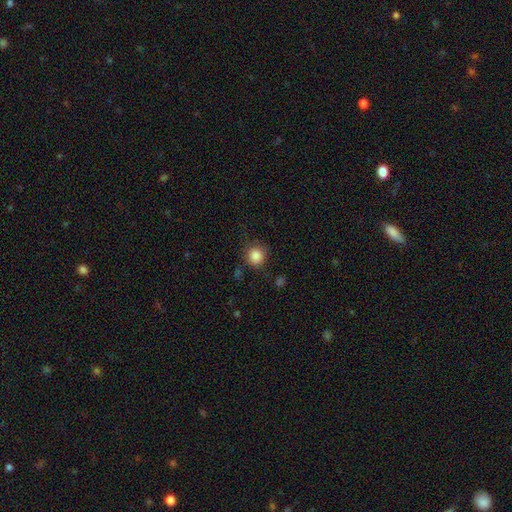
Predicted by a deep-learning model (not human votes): Q: Smooth or featured?
A: smooth (86%); runner-up: star or artifact (10%)
Q: How rounded?
A: round (91%); runner-up: in between (8%)
Q: Merging?
A: none (81%); runner-up: minor disturbance (12%)